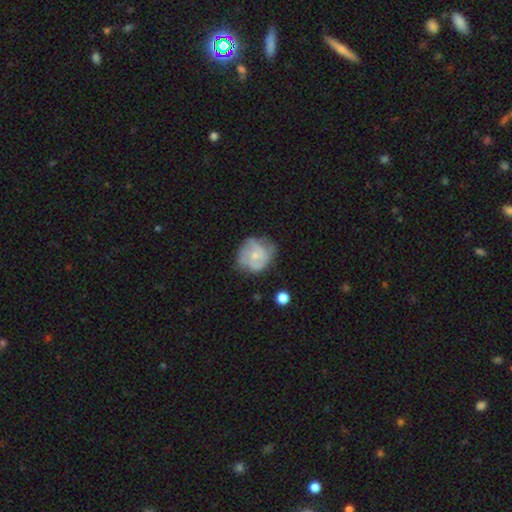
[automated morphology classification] featured or disk 49%, smooth 44%, star or artifact 7%. Down the decision tree: merging — none (49%).